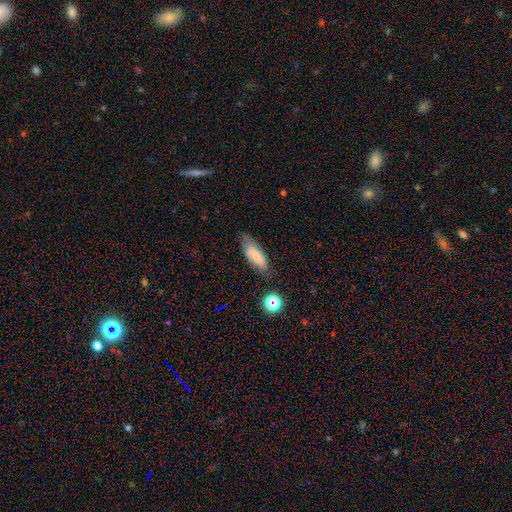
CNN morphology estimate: The model was most divided on "smooth or featured": smooth: 57%, featured or disk: 33%, star or artifact: 10%. More confident: how rounded — in between (73%); merging — none (59%).